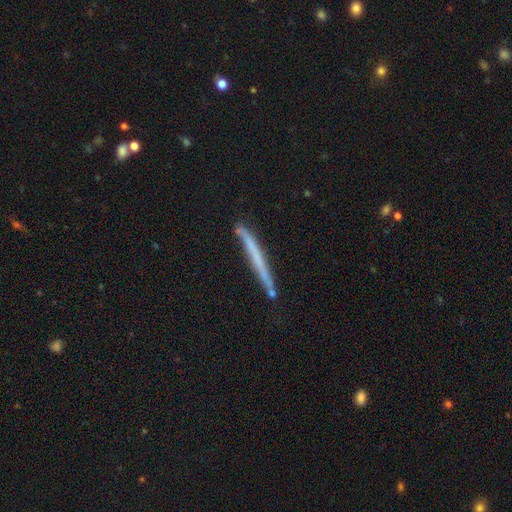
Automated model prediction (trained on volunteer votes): Smooth or featured? Predicted: featured or disk (p=0.48). Merging? Predicted: none (p=0.82).